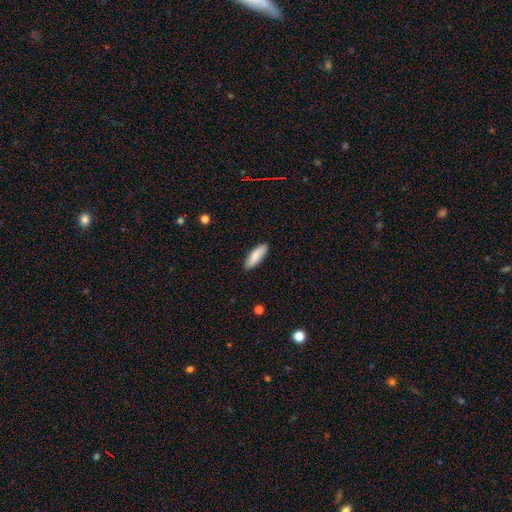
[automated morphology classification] Overall: smooth (84%). How rounded: in between (56%; cigar-shaped 43%). Merging: none (88%).